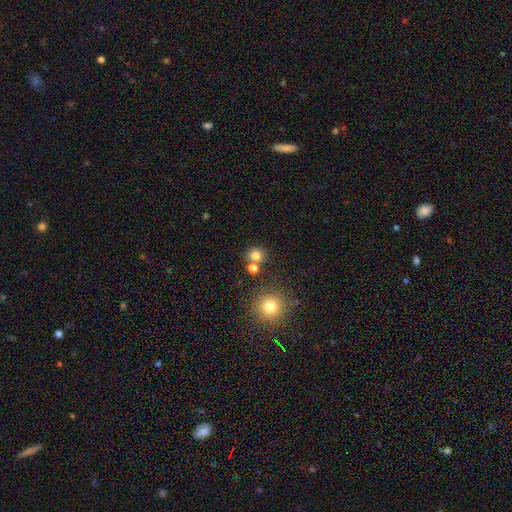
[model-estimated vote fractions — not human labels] Overall: smooth (79%). How rounded: round (87%). Merging: none (69%).